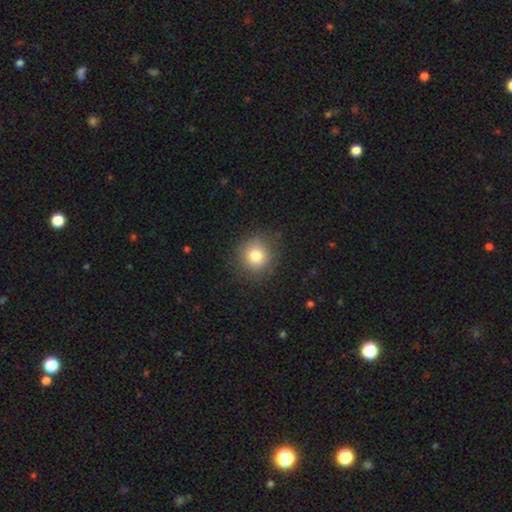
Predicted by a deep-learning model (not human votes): This appears to be a smooth galaxy with no disk features (81%) that is round (90%). Merging: none (86%).